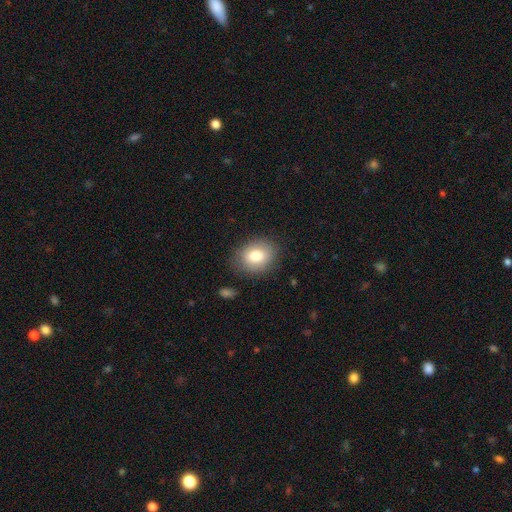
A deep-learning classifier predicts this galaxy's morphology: This is likely a smooth galaxy (80%). How rounded: possibly in between (50%). Merging: clearly none (80%).